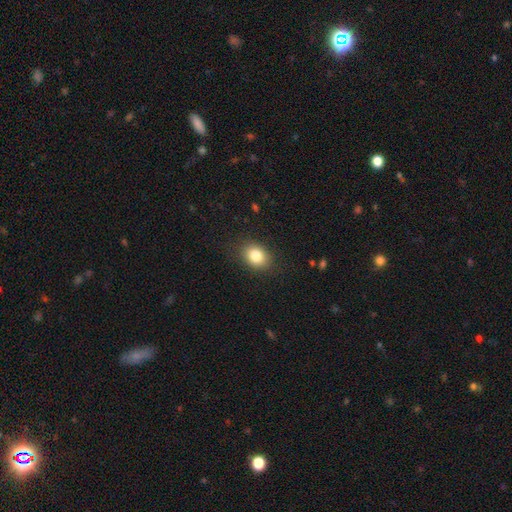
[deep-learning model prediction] Morphology: type=smooth (83%); roundness=in between (56%); merging=none (86%).